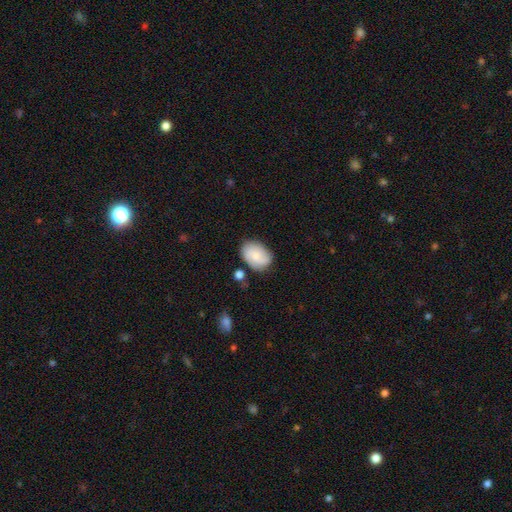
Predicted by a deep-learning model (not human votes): Q: Smooth or featured?
A: smooth (59%); runner-up: featured or disk (34%)
Q: How rounded?
A: in between (78%); runner-up: round (21%)
Q: Merging?
A: none (71%); runner-up: minor disturbance (19%)